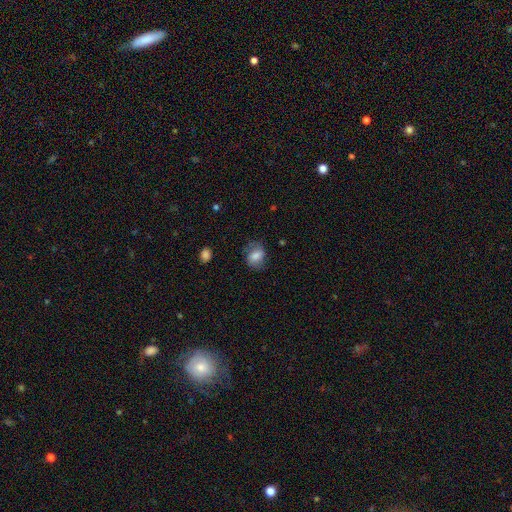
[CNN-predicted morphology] A smooth galaxy with no disk features (72%) that is in between round and cigar-shaped (60%).

Vote fractions:
- Smooth or featured? smooth: 72% / featured or disk: 20% / star or artifact: 8%
- How rounded? in between: 60% / round: 38% / cigar-shaped: 1%
- Merging? none: 68% / minor disturbance: 22% / major disturbance: 9% / merger: 1%